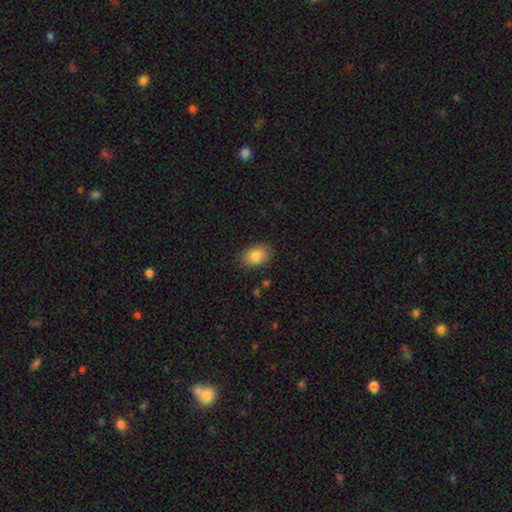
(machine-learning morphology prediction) smooth_or_featured: smooth (p=0.86) [alt: star or artifact p=0.08]
how_rounded: in between (p=0.84) [alt: round p=0.15]
merging: none (p=0.86) [alt: minor disturbance p=0.10]